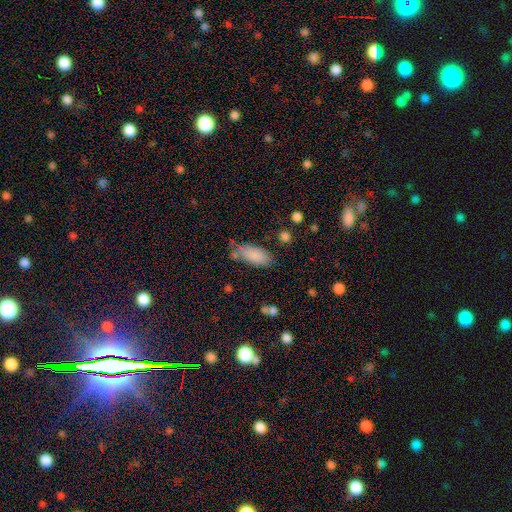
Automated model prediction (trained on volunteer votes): Q: Smooth or featured?
A: smooth (85%); runner-up: featured or disk (8%)
Q: How rounded?
A: in between (86%); runner-up: cigar-shaped (11%)
Q: Merging?
A: none (63%); runner-up: minor disturbance (22%)